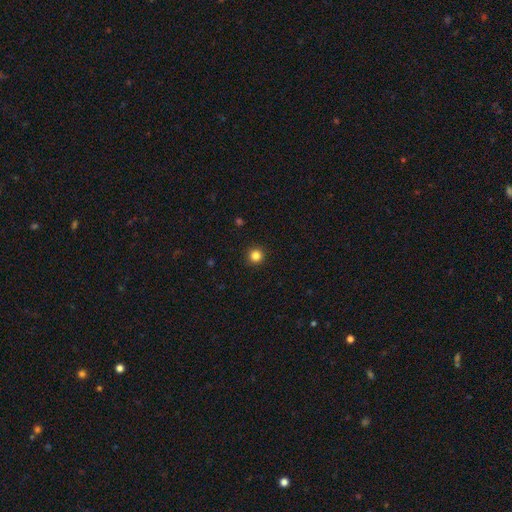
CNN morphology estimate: Smooth or featured? smooth (84%)
How rounded? round (96%)
Merging? none (93%)